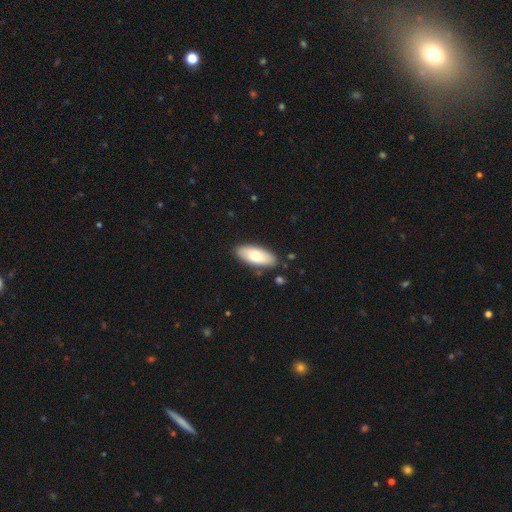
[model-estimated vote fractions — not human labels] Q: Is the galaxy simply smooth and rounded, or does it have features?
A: smooth — 71%.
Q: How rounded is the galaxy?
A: in between — 86%.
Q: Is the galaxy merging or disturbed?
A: none — 87%.